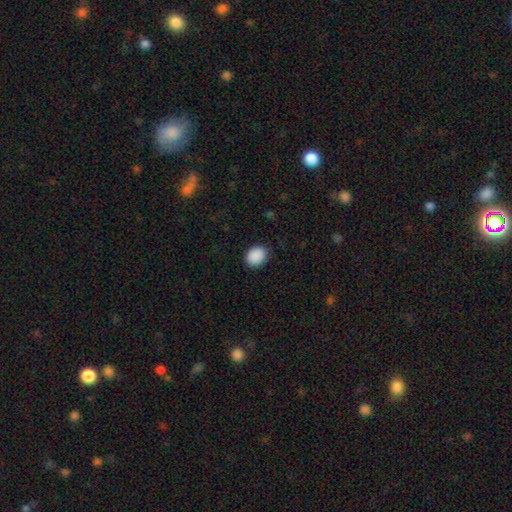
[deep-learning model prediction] The model was most divided on "how rounded": in between: 51%, round: 49%, cigar-shaped: 1%. More confident: smooth or featured — smooth (90%); merging — none (89%).